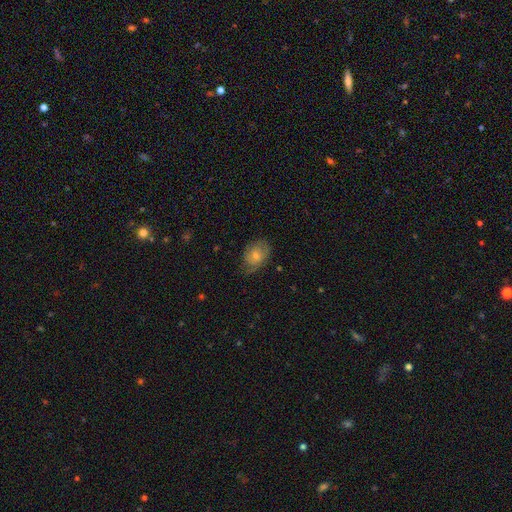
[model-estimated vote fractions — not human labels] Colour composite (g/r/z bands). It shows a smooth galaxy with no disk features (45%). Merging: none (65%).